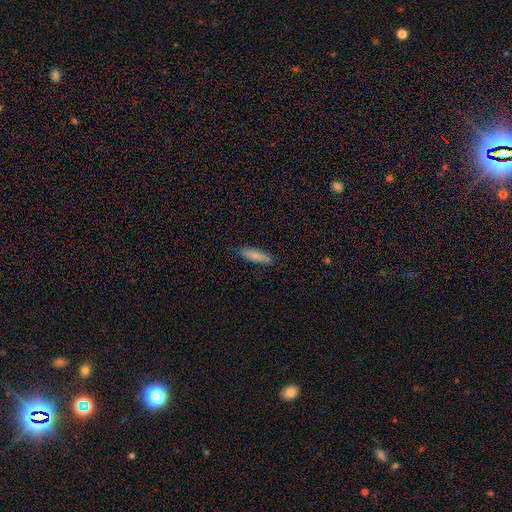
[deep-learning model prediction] Smooth or featured? smooth (81%)
How rounded? cigar-shaped (64%)
Merging? none (84%)